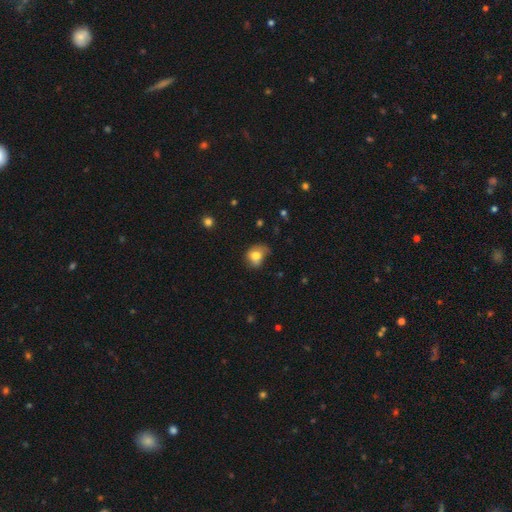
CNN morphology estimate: Q: Smooth or featured?
A: smooth (77%); runner-up: featured or disk (13%)
Q: How rounded?
A: round (54%); runner-up: in between (45%)
Q: Merging?
A: none (43%); runner-up: minor disturbance (38%)